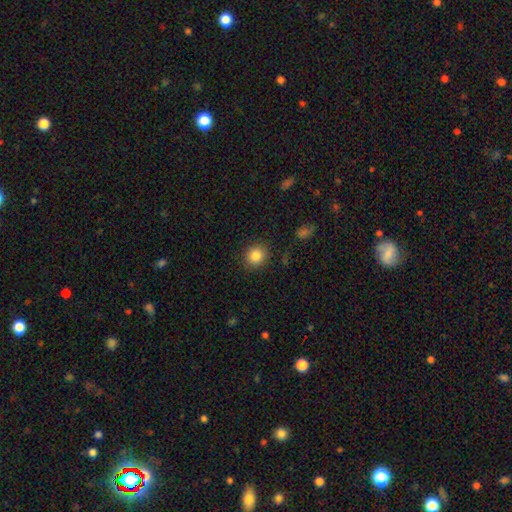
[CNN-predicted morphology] Smooth or featured?
  - smooth: 84% *
  - star or artifact: 10%
  - featured or disk: 6%
How rounded?
  - round: 84% *
  - in between: 15%
  - cigar-shaped: 1%
Merging?
  - none: 89% *
  - minor disturbance: 8%
  - major disturbance: 2%
  - merger: 1%